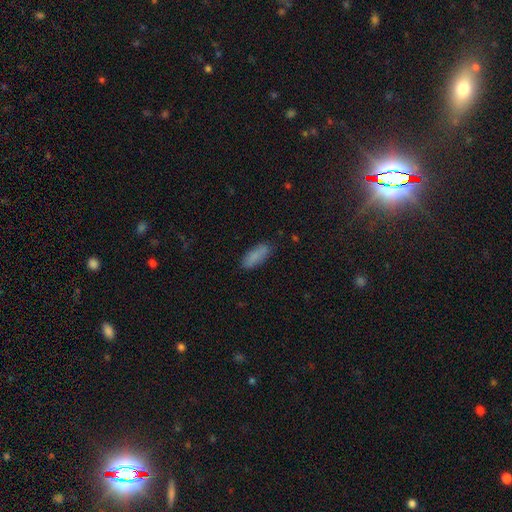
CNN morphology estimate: Smooth or featured? smooth (86%)
How rounded? in between (73%)
Merging? none (81%)